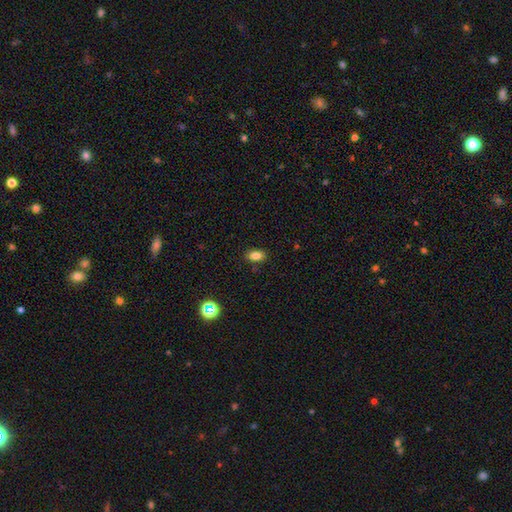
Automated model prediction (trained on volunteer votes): smooth 84%, star or artifact 11%, featured or disk 6%. Down the decision tree: how rounded — in between (87%); merging — none (87%).